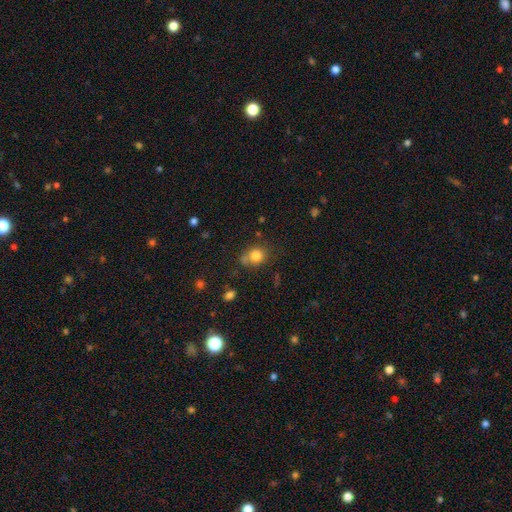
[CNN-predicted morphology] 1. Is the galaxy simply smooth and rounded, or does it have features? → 81% smooth, 12% star or artifact, 8% featured or disk.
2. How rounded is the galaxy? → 77% round, 22% in between, 1% cigar-shaped.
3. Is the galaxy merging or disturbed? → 60% none, 17% merger, 17% minor disturbance, 6% major disturbance.